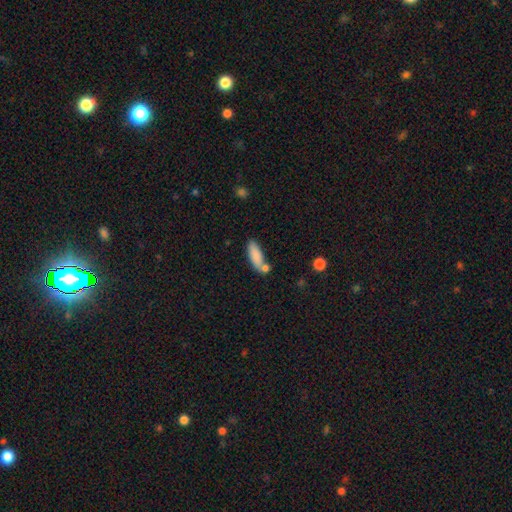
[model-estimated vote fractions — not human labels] The model was most divided on "merging": none: 53%, merger: 26%, minor disturbance: 16%, major disturbance: 5%. More confident: smooth or featured — smooth (84%); how rounded — in between (63%).